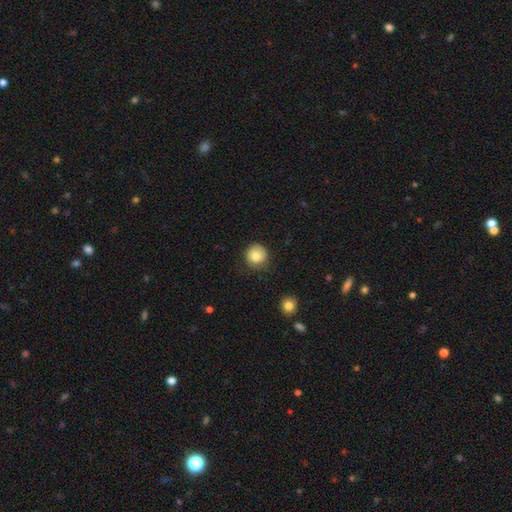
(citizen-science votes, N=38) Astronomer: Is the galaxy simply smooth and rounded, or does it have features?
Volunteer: smooth — 76%.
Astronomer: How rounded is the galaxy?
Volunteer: round — 93%.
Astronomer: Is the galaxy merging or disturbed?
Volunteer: none — 60%.